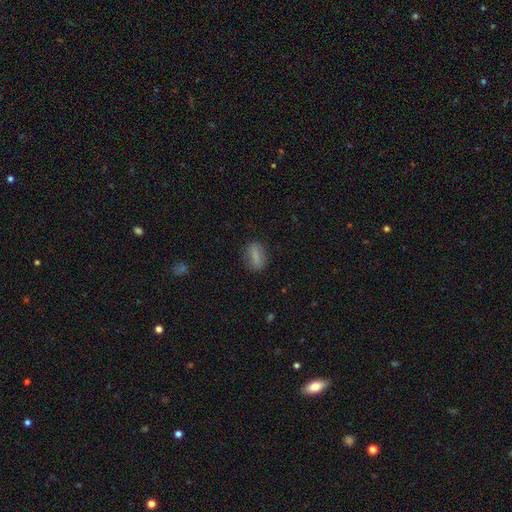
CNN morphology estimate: Overall: smooth (78%). How rounded: in between (72%). Merging: none (82%).